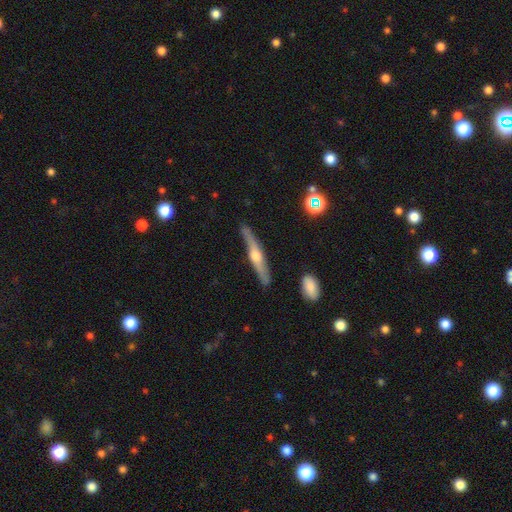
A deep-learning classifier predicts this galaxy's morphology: A featured or disk galaxy (67%) viewed edge-on (94%) with a rounded central bulge (91%).

Vote fractions:
- Smooth or featured? featured or disk: 67% / smooth: 28% / star or artifact: 5%
- Edge-on disk? yes: 94% / no: 6%
- Edge-on bulge? rounded: 91% / none: 5% / boxy: 4%
- Merging? none: 82% / minor disturbance: 13% / major disturbance: 3% / merger: 2%